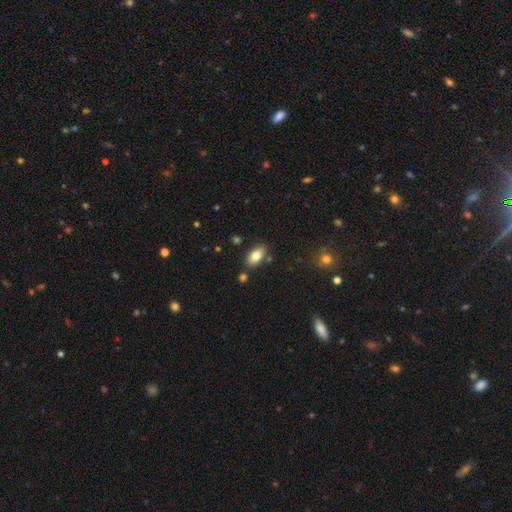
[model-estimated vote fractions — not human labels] Morphology: type=smooth (81%); roundness=in between (91%); merging=none (81%).